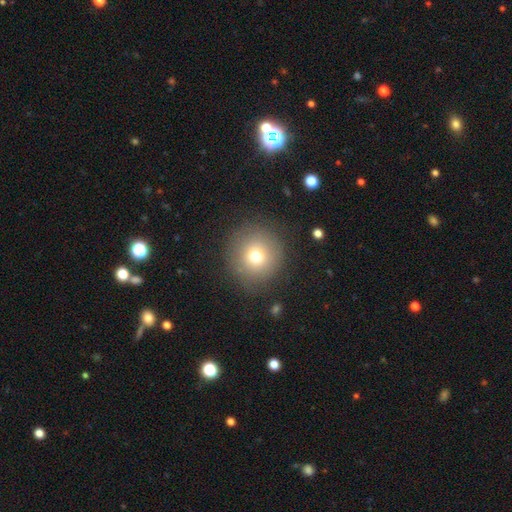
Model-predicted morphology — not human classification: A smooth galaxy with no disk features (73%) that is round (94%).

Vote fractions:
- Smooth or featured? smooth: 73% / star or artifact: 14% / featured or disk: 13%
- How rounded? round: 94% / in between: 5% / cigar-shaped: 1%
- Merging? none: 85% / minor disturbance: 9% / major disturbance: 5% / merger: 1%